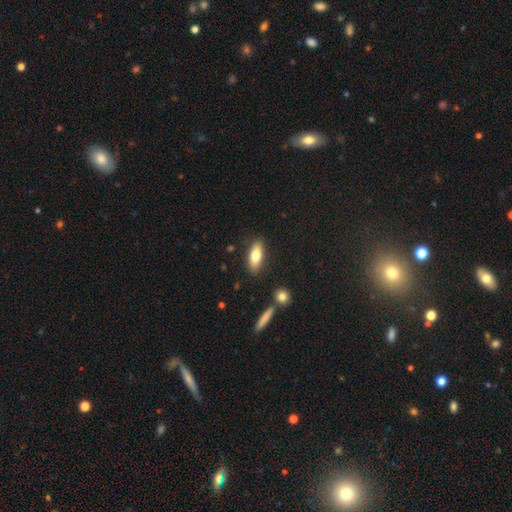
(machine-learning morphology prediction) This appears to be a smooth galaxy with no disk features (78%) that is in between round and cigar-shaped (72%). Merging: none (85%).